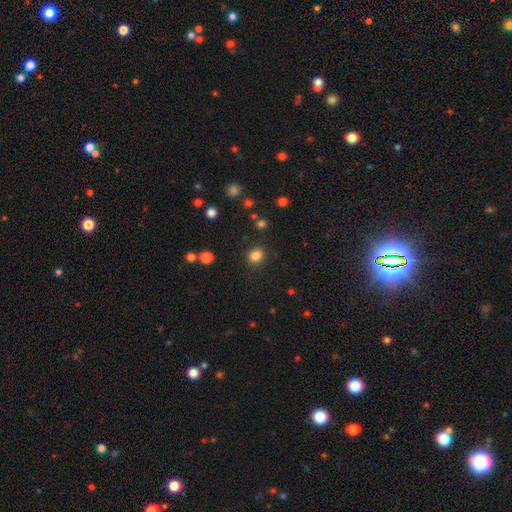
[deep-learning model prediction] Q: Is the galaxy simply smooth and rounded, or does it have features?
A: smooth — 84%.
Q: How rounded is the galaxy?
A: round — 70%.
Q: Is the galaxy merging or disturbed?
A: none — 88%.